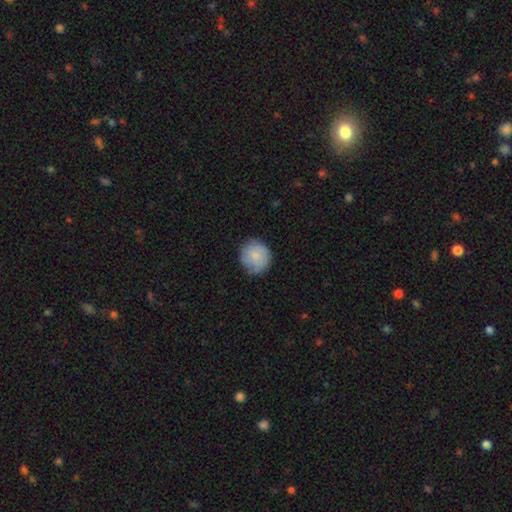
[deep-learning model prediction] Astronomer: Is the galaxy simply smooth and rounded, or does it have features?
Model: smooth — 76%.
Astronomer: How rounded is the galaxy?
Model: round — 91%.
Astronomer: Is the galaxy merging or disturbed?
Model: none — 79%.